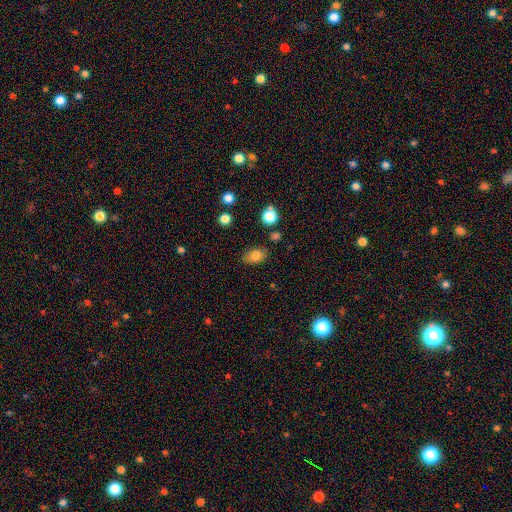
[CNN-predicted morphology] smooth 80%, star or artifact 11%, featured or disk 9%. Down the decision tree: how rounded — in between (84%); merging — none (81%).